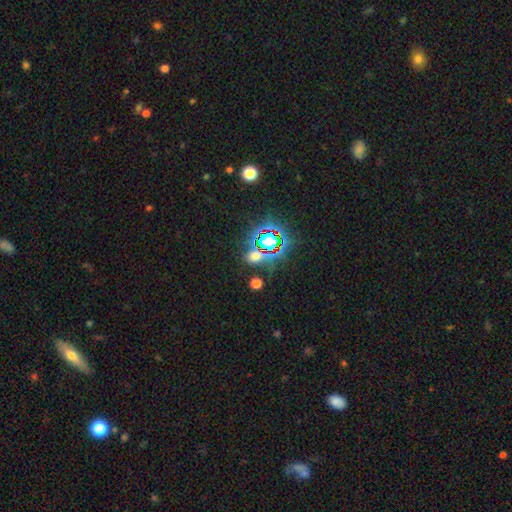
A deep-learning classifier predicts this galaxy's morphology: This appears to be a star or artifact, not a galaxy (52%).